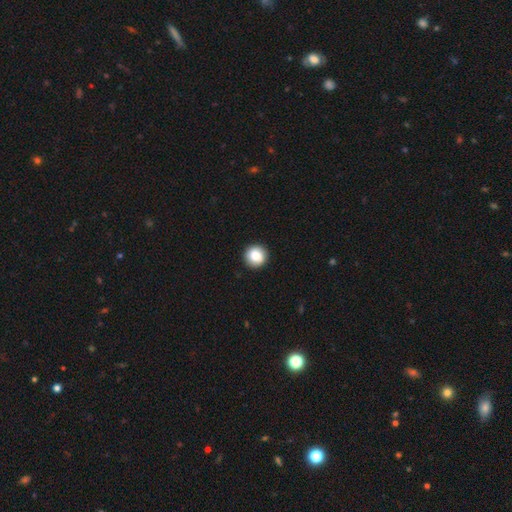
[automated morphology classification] Smooth or featured? Predicted: smooth (p=0.86). How rounded? Predicted: round (p=0.93). Merging? Predicted: none (p=0.91).